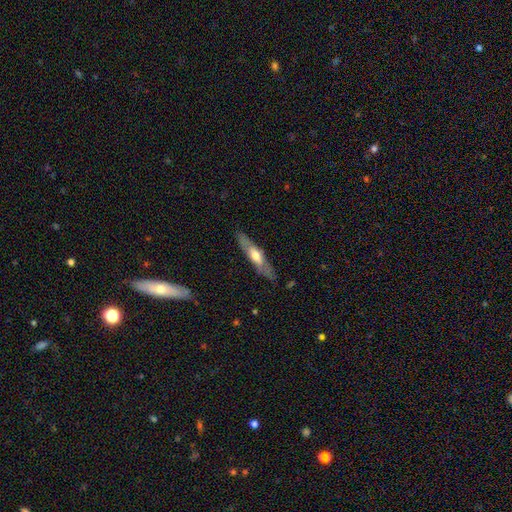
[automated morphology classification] Q: Smooth or featured?
A: featured or disk (54%); runner-up: smooth (40%)
Q: Edge-on disk?
A: yes (69%); runner-up: no (31%)
Q: Merging?
A: none (81%); runner-up: minor disturbance (14%)